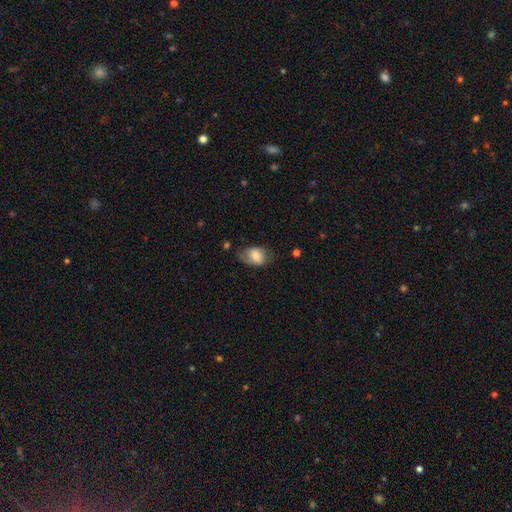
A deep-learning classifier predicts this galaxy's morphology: smooth-or-featured: smooth: 69% | featured or disk: 23% | star or artifact: 7%
  how-rounded: in between: 85% | round: 14% | cigar-shaped: 1%
  merging: none: 59% | minor disturbance: 28% | major disturbance: 10% | merger: 2%